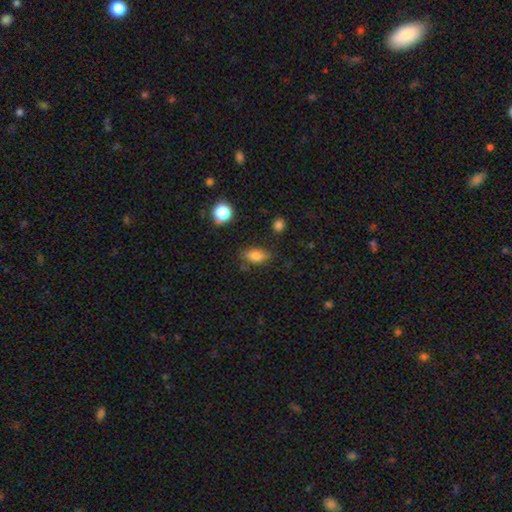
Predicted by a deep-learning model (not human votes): Morphology: type=smooth (78%); roundness=in between (83%); merging=none (74%).